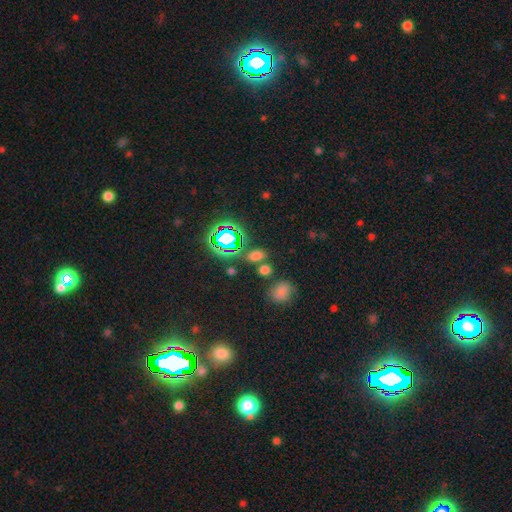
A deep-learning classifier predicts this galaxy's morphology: Smooth or featured? smooth (60%)
How rounded? in between (74%)
Merging? none (69%)